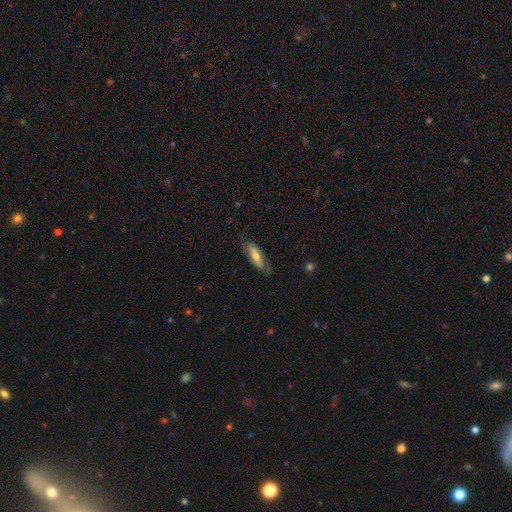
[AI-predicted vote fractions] smooth 49%, featured or disk 45%, star or artifact 6%. Down the decision tree: merging — none (74%).